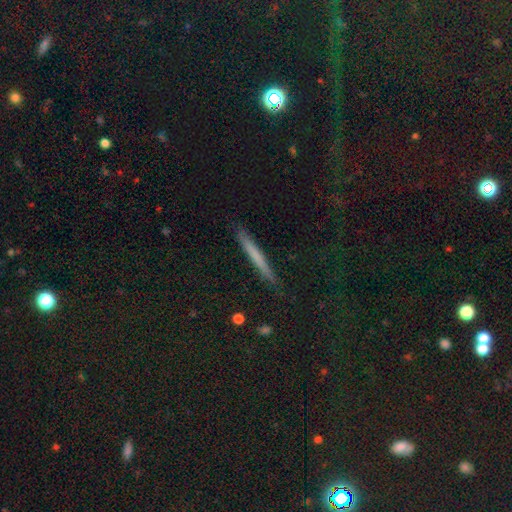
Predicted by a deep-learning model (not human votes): Morphology: type=smooth (63%); roundness=cigar-shaped (96%); merging=none (90%).